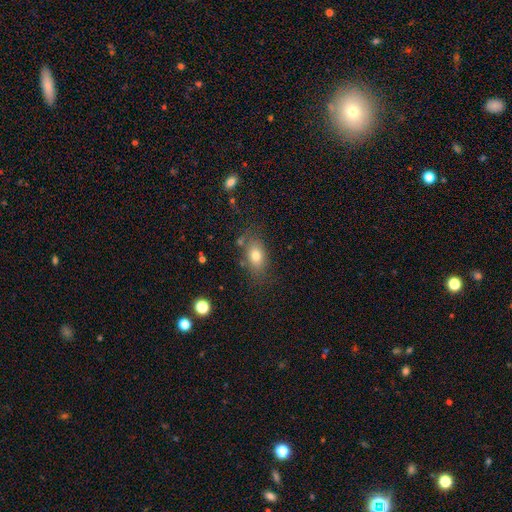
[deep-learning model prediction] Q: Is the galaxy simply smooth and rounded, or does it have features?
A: smooth — 76%.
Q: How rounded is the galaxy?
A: in between — 80%.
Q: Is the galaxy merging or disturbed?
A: none — 75%.